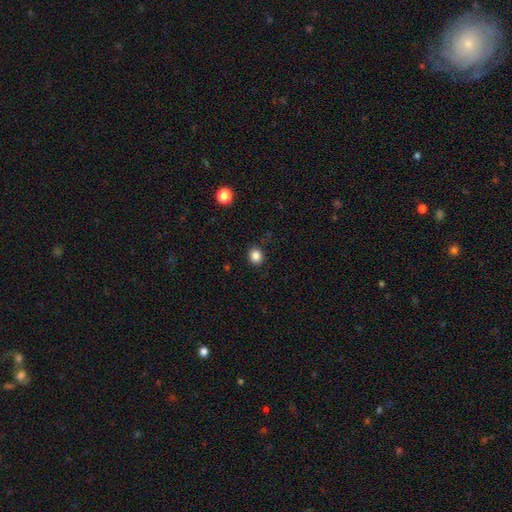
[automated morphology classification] smooth-or-featured: smooth: 85% | star or artifact: 11% | featured or disk: 4%
  how-rounded: round: 78% | in between: 21% | cigar-shaped: 1%
  merging: none: 88% | minor disturbance: 8% | major disturbance: 2% | merger: 1%